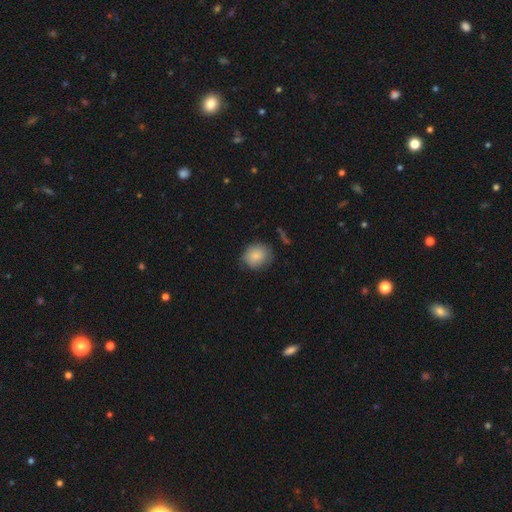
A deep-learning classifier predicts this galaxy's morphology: This is clearly a smooth galaxy (85%). How rounded: likely round (73%). Merging: likely none (76%).